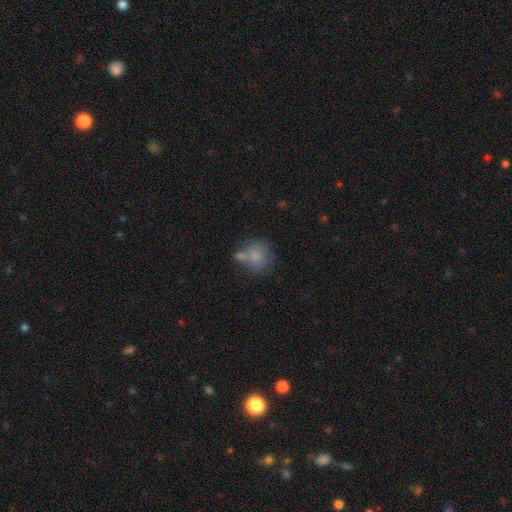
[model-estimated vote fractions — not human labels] A smooth galaxy with no disk features (78%) that is round (77%). Merging: none (46%).